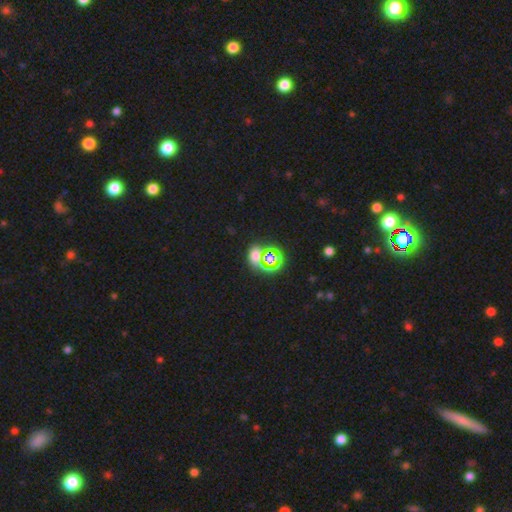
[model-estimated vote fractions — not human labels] Q: Smooth or featured?
A: smooth (48%); runner-up: star or artifact (42%)
Q: Merging?
A: none (56%); runner-up: merger (24%)